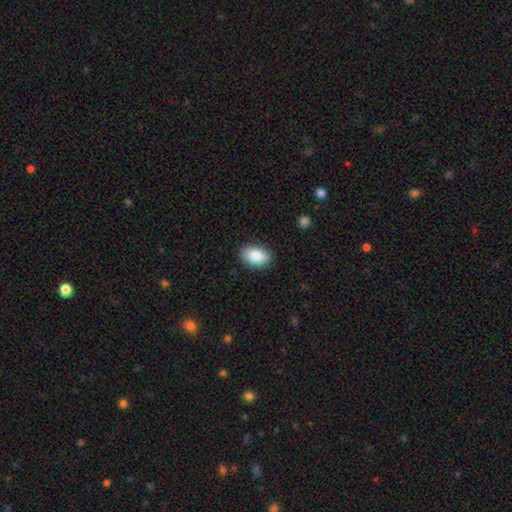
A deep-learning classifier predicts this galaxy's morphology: Smooth or featured: smooth — 87% (star or artifact — 7%)
How rounded: in between — 91% (round — 8%)
Merging: none — 87% (minor disturbance — 9%)